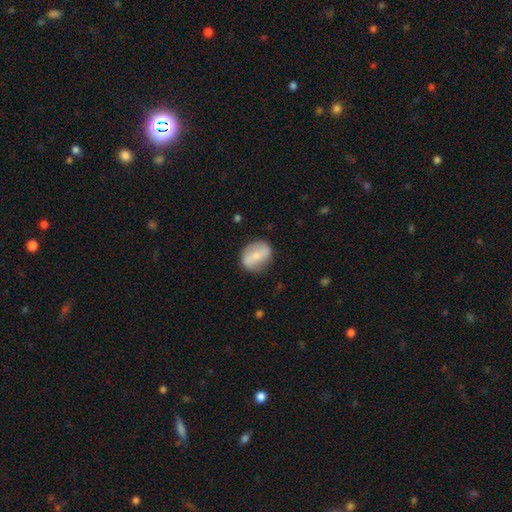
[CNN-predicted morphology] smooth_or_featured: smooth (p=0.52) [alt: featured or disk p=0.41]
how_rounded: round (p=0.52) [alt: in between p=0.46]
merging: none (p=0.74) [alt: minor disturbance p=0.18]